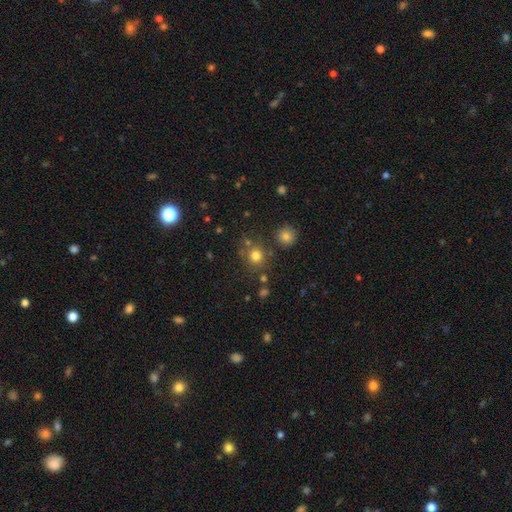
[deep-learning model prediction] A smooth galaxy with no disk features (77%) that is round (87%). Merging: none (75%).